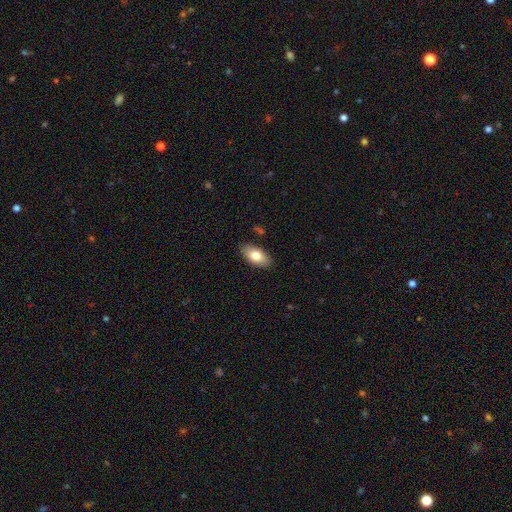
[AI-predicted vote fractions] A smooth galaxy with no disk features (76%) that is in between round and cigar-shaped (92%). Merging: none (87%).